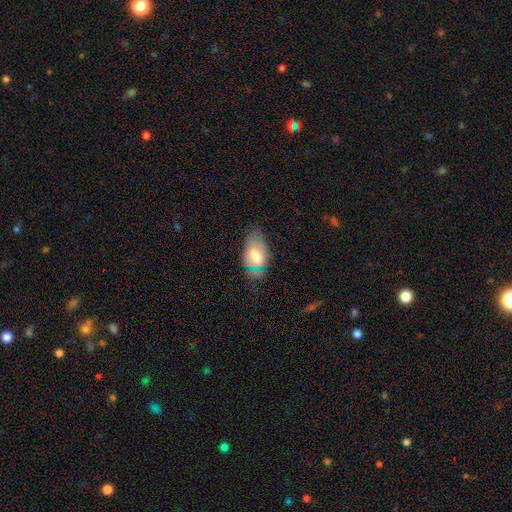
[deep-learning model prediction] Smooth or featured?
  - smooth: 68% *
  - featured or disk: 23%
  - star or artifact: 9%
How rounded?
  - in between: 92% *
  - round: 6%
  - cigar-shaped: 2%
Merging?
  - none: 44% *
  - minor disturbance: 37%
  - major disturbance: 16%
  - merger: 3%